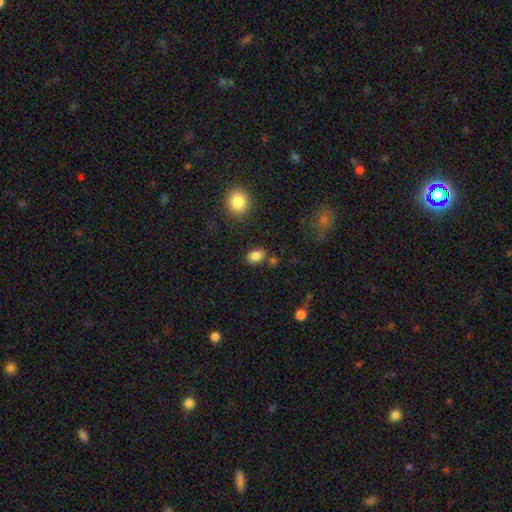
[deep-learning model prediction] smooth-or-featured: smooth: 85% | star or artifact: 10% | featured or disk: 5%
  how-rounded: in between: 75% | round: 23% | cigar-shaped: 1%
  merging: none: 79% | minor disturbance: 12% | merger: 6% | major disturbance: 3%